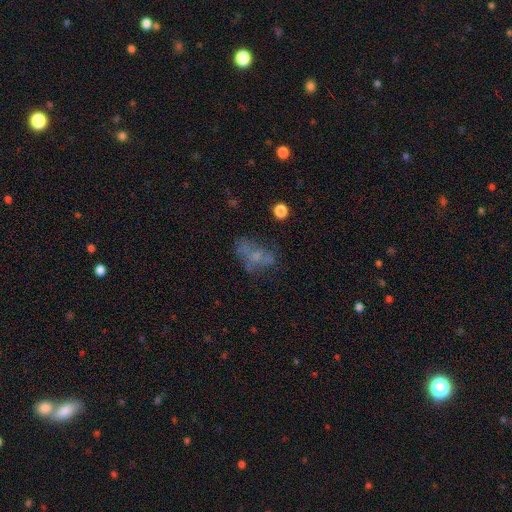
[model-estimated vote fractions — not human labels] Smooth or featured?
  - featured or disk: 43% *
  - smooth: 38%
  - star or artifact: 19%
Merging?
  - none: 42% *
  - major disturbance: 26%
  - minor disturbance: 21%
  - merger: 10%